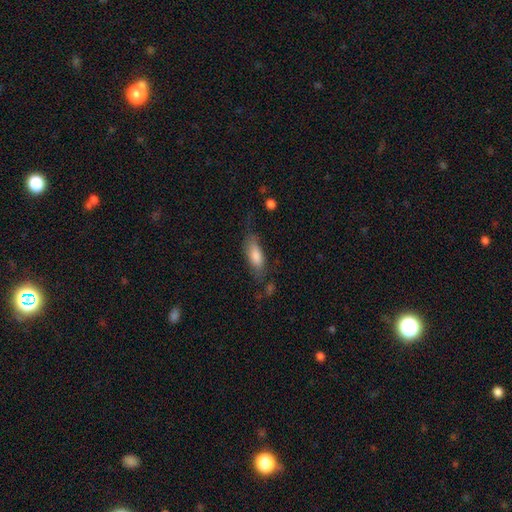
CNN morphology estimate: smooth_or_featured: smooth (p=0.77) [alt: featured or disk p=0.17]
how_rounded: in between (p=0.66) [alt: cigar-shaped p=0.31]
merging: none (p=0.60) [alt: minor disturbance p=0.26]